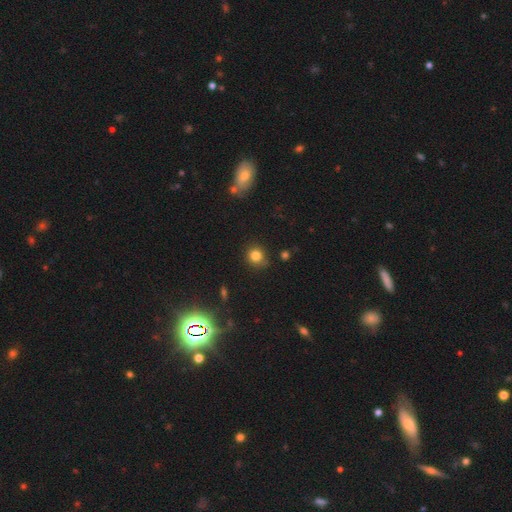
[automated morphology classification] smooth-or-featured: smooth: 80% | star or artifact: 13% | featured or disk: 6%
  how-rounded: round: 84% | in between: 15% | cigar-shaped: 1%
  merging: none: 79% | minor disturbance: 15% | major disturbance: 3% | merger: 3%